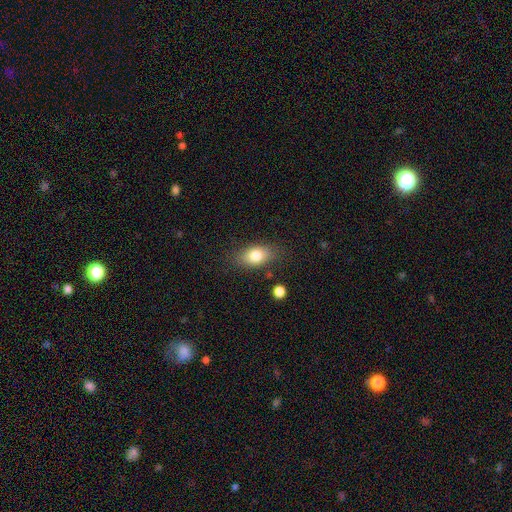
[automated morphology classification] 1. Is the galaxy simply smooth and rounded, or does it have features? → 80% smooth, 12% featured or disk, 8% star or artifact.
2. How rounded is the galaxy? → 85% in between, 11% round, 4% cigar-shaped.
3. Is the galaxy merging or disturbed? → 80% none, 14% minor disturbance, 4% major disturbance, 2% merger.